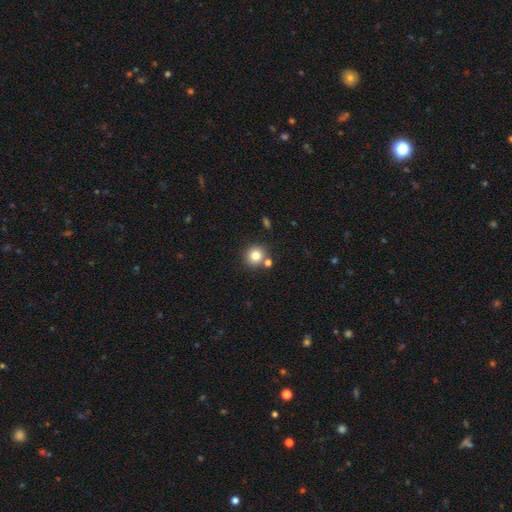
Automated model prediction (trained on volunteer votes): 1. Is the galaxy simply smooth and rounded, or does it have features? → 80% smooth, 12% star or artifact, 8% featured or disk.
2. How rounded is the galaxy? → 90% round, 9% in between, 1% cigar-shaped.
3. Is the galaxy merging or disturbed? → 76% none, 13% merger, 8% minor disturbance, 3% major disturbance.